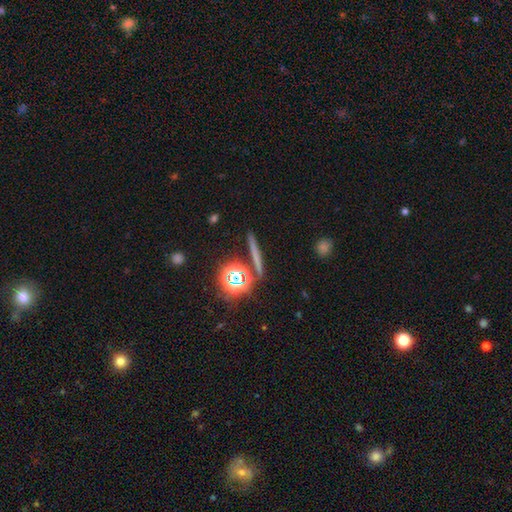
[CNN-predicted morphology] smooth_or_featured: smooth (p=0.46) [alt: featured or disk p=0.28]
merging: none (p=0.85) [alt: minor disturbance p=0.07]